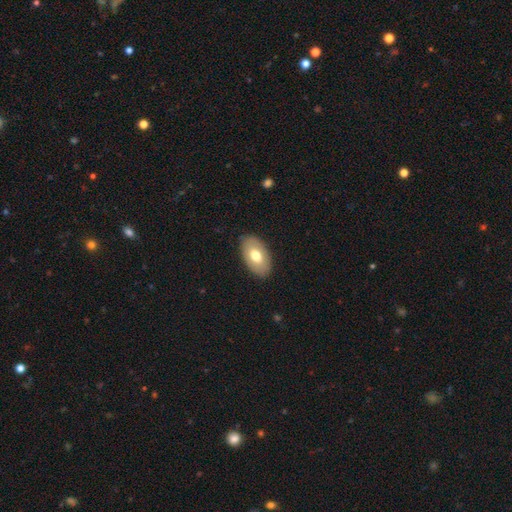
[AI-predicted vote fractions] A smooth galaxy with no disk features (69%) that is in between round and cigar-shaped (93%).

Vote fractions:
- Smooth or featured? smooth: 69% / featured or disk: 25% / star or artifact: 6%
- How rounded? in between: 93% / round: 5% / cigar-shaped: 1%
- Merging? none: 87% / minor disturbance: 10% / major disturbance: 2% / merger: 1%